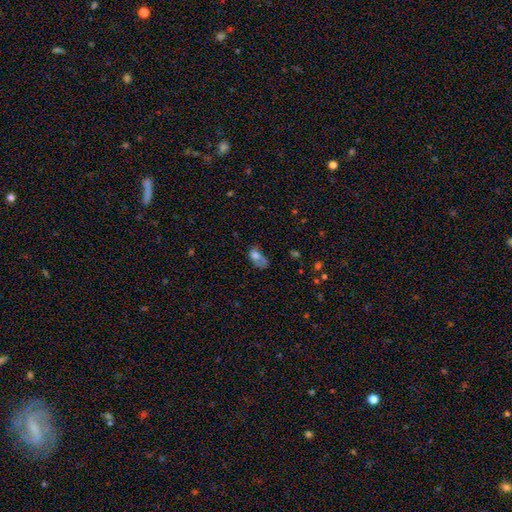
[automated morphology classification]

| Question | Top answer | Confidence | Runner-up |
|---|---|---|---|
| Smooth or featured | smooth | 67% | featured or disk (22%) |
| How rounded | in between | 83% | round (14%) |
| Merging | major disturbance | 40% | minor disturbance (26%) |